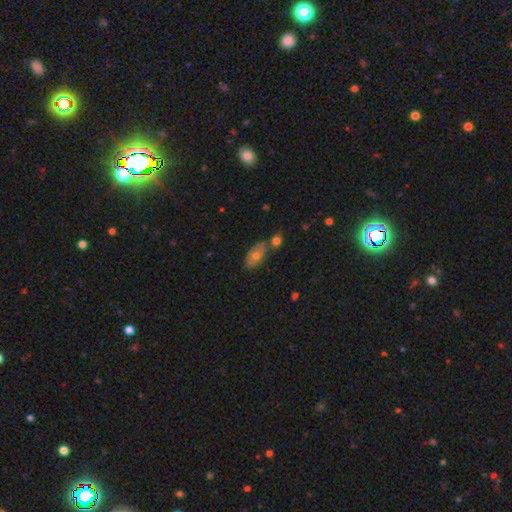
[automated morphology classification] Smooth or featured? Predicted: smooth (p=0.65). How rounded? Predicted: in between (p=0.89). Merging? Predicted: none (p=0.54).